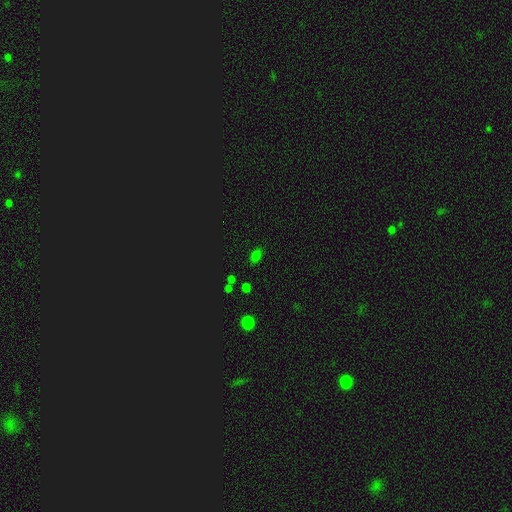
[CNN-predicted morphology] type=smooth (65%); roundness=in between (70%); merging=none (82%).